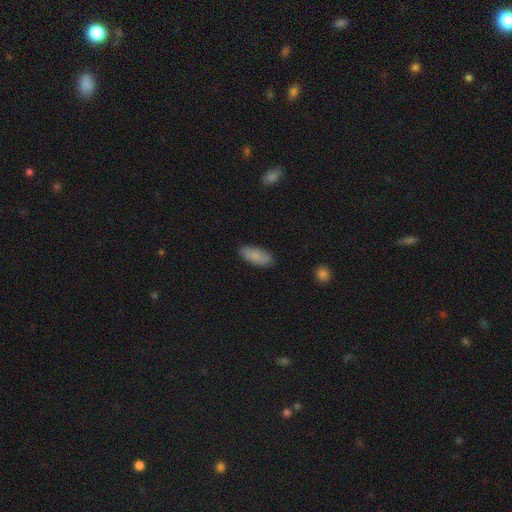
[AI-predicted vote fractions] This is clearly a smooth galaxy (84%). How rounded: clearly in between (88%). Merging: clearly none (85%).